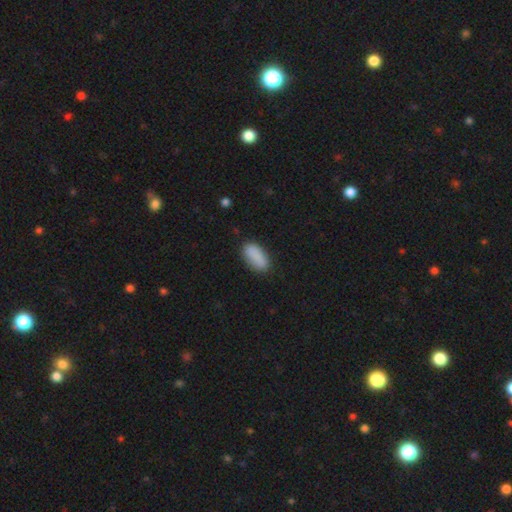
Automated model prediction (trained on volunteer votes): Smooth or featured: smooth — 86% (star or artifact — 7%)
How rounded: in between — 88% (cigar-shaped — 9%)
Merging: none — 79% (minor disturbance — 16%)